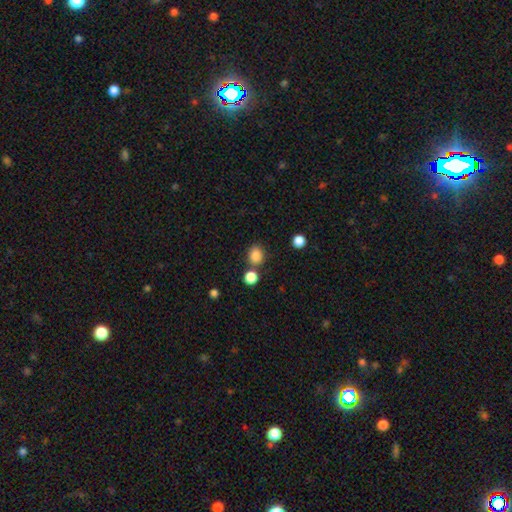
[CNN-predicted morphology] Smooth or featured? Predicted: smooth (p=0.85). How rounded? Predicted: round (p=0.68). Merging? Predicted: none (p=0.76).